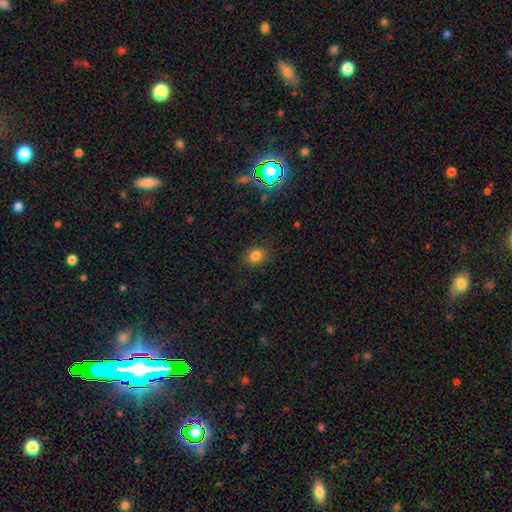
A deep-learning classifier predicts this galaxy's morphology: smooth 81%, star or artifact 13%, featured or disk 6%. Down the decision tree: how rounded — in between (54%); merging — none (84%).